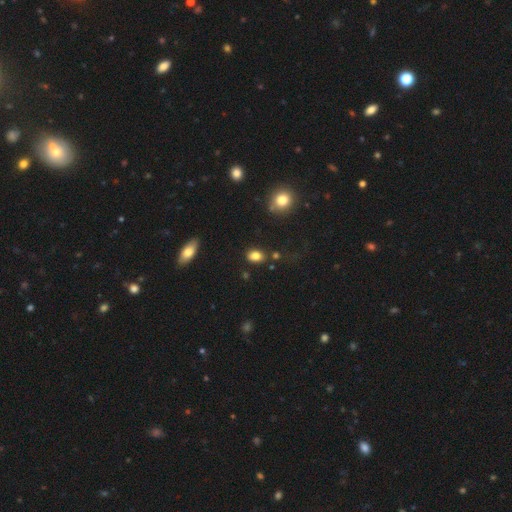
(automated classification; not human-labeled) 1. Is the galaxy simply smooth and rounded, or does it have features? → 83% smooth, 10% star or artifact, 7% featured or disk.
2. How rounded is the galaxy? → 74% in between, 24% round, 2% cigar-shaped.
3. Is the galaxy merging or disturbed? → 80% none, 12% minor disturbance, 5% merger, 3% major disturbance.